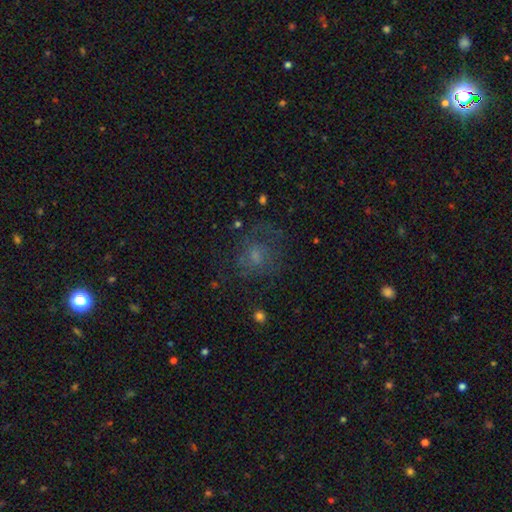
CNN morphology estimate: Overall: featured or disk (43%; smooth 40%). Merging: none (57%; major disturbance 22%).